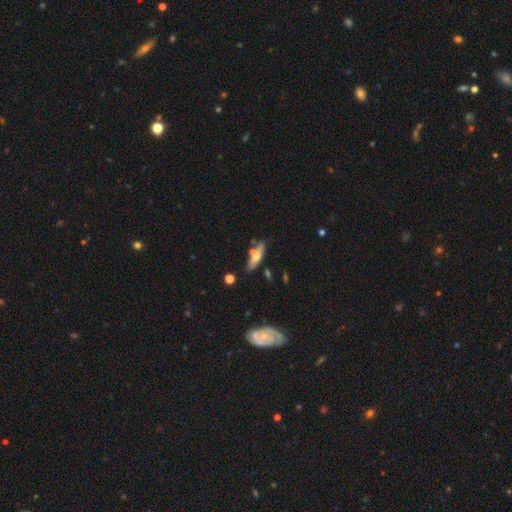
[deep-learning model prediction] Smooth or featured? Predicted: smooth (p=0.50). Merging? Predicted: none (p=0.68).